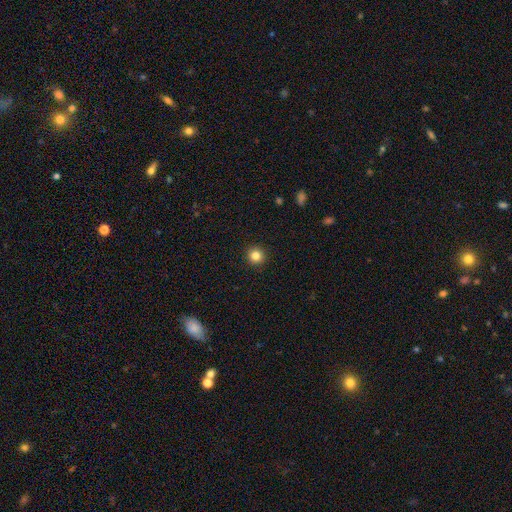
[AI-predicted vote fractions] A smooth galaxy with no disk features (84%) that is round (95%). Merging: none (93%).